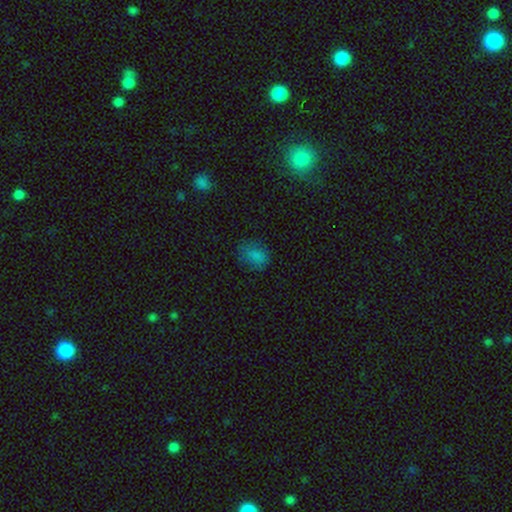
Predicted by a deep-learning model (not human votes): The model was most divided on "how rounded": in between: 59%, round: 40%, cigar-shaped: 1%. More confident: smooth or featured — smooth (78%); merging — none (69%).